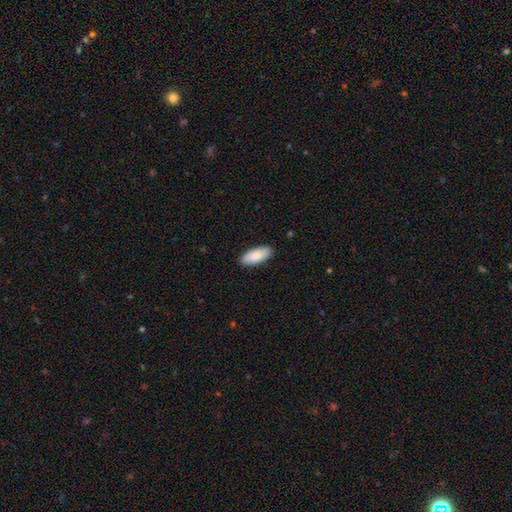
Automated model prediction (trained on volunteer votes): The model was most divided on "how rounded": in between: 84%, cigar-shaped: 14%, round: 2%. More confident: merging — none (89%); smooth or featured — smooth (89%).